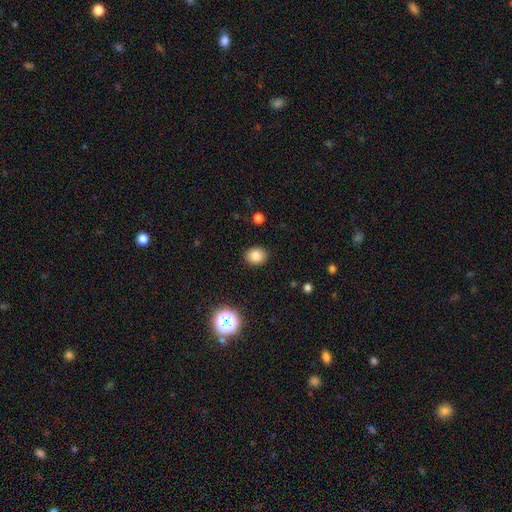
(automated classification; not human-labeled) Overall: smooth (82%). How rounded: round (60%; in between 39%). Merging: none (89%).